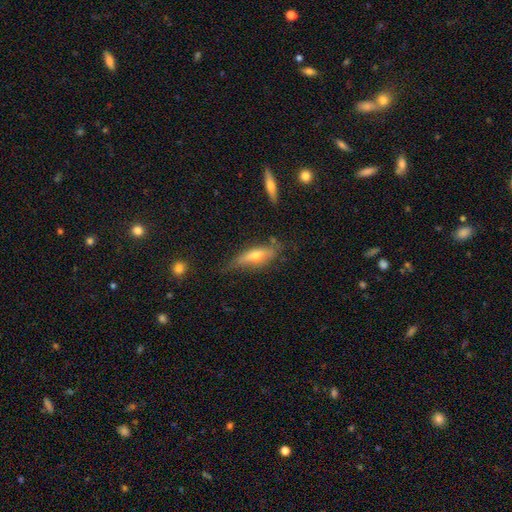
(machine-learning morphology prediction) smooth_or_featured: smooth (p=0.48) [alt: featured or disk p=0.44]
merging: none (p=0.60) [alt: minor disturbance p=0.28]